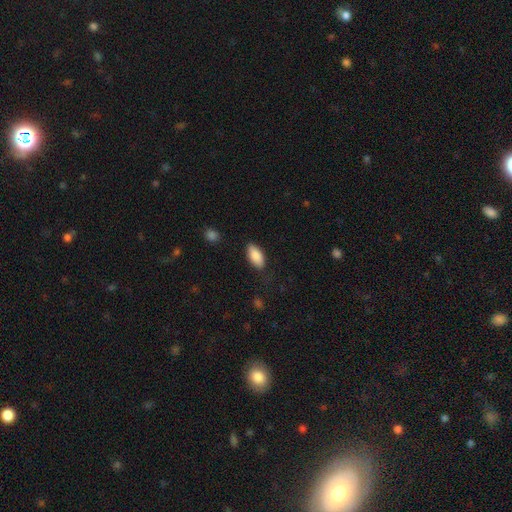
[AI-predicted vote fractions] Morphology: type=smooth (87%); roundness=in between (92%); merging=none (82%).